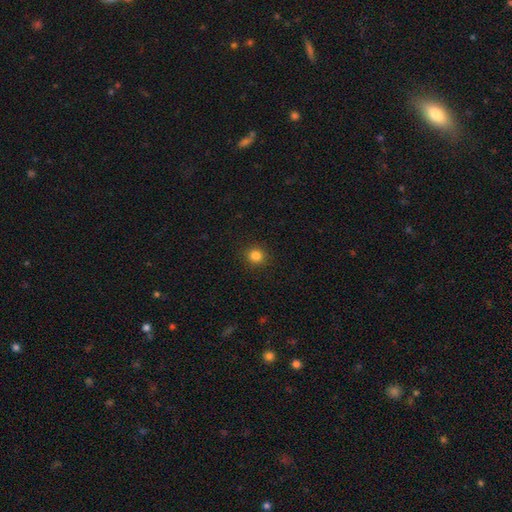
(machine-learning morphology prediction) smooth 83%, star or artifact 12%, featured or disk 4%. Down the decision tree: how rounded — round (89%); merging — none (92%).